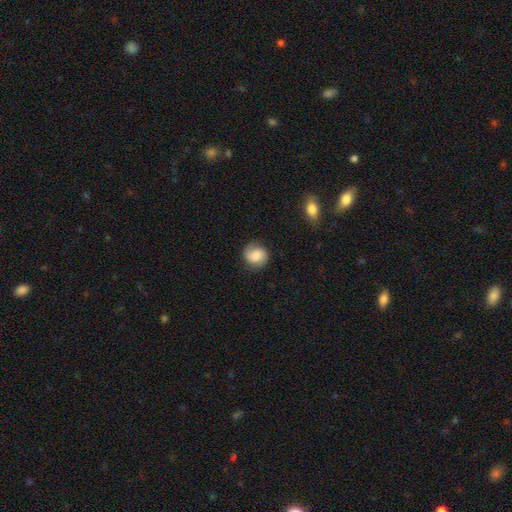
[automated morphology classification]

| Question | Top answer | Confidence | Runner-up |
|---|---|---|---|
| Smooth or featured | smooth | 68% | featured or disk (23%) |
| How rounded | round | 81% | in between (18%) |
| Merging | none | 78% | minor disturbance (16%) |